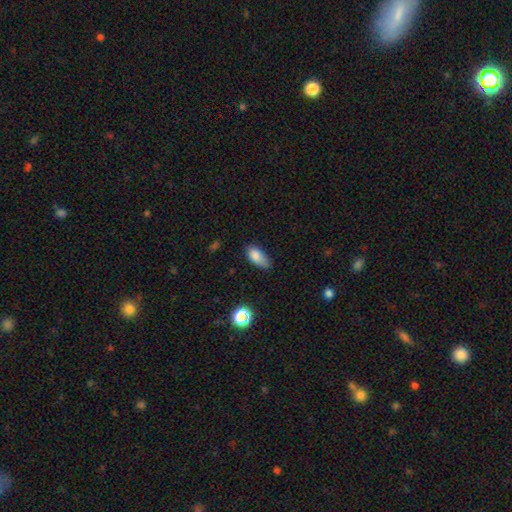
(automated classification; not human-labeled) Smooth or featured? Predicted: smooth (p=0.83). How rounded? Predicted: in between (p=0.88). Merging? Predicted: none (p=0.57).